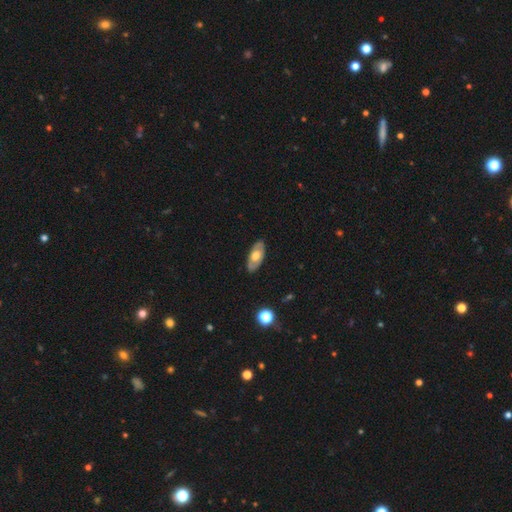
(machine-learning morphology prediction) Smooth or featured: featured or disk — 48% (smooth — 46%)
Merging: none — 85% (minor disturbance — 12%)